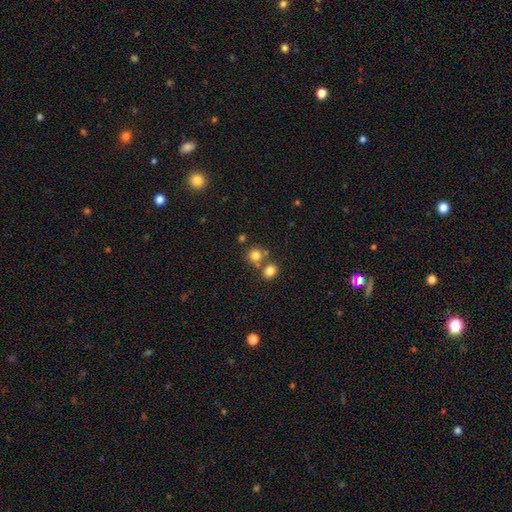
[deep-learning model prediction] Smooth or featured: smooth — 79% (star or artifact — 13%)
How rounded: round — 84% (in between — 15%)
Merging: none — 59% (merger — 29%)